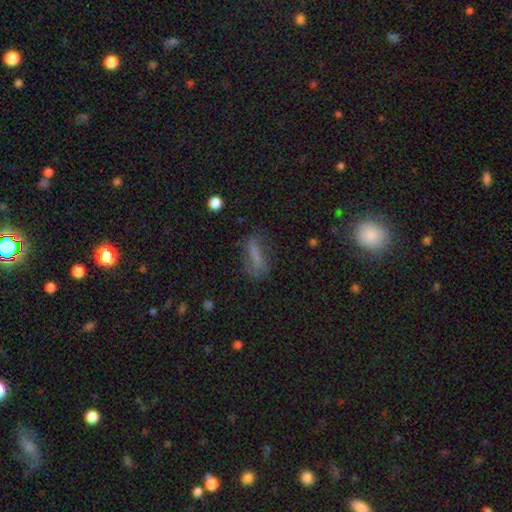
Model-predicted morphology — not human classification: Overall: smooth (59%; featured or disk 26%). How rounded: cigar-shaped (51%; in between 44%). Merging: none (55%; minor disturbance 24%).